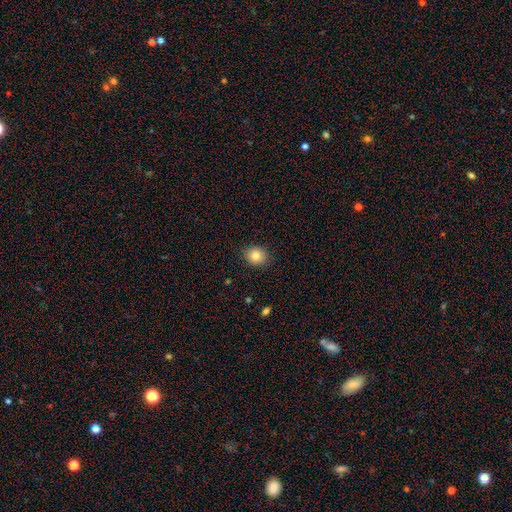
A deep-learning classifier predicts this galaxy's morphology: Smooth or featured?
  - smooth: 83% *
  - star or artifact: 10%
  - featured or disk: 7%
How rounded?
  - round: 69% *
  - in between: 30%
  - cigar-shaped: 1%
Merging?
  - none: 87% *
  - minor disturbance: 10%
  - major disturbance: 2%
  - merger: 1%